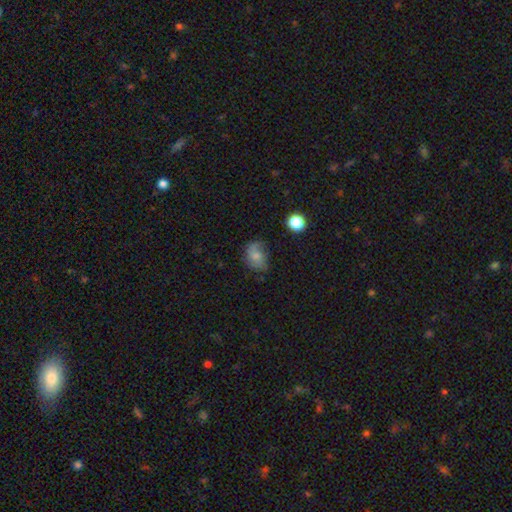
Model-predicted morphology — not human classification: type=smooth (61%); roundness=in between (57%); merging=none (51%).